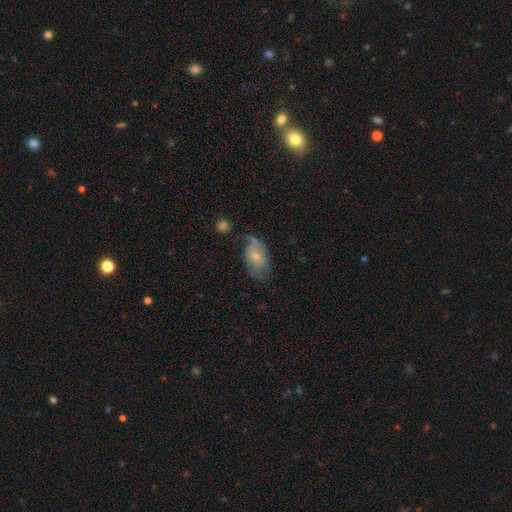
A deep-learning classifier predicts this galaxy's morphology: The model was most divided on "merging": none: 39%, minor disturbance: 31%, major disturbance: 22%, merger: 7%. More confident: how rounded — in between (89%); smooth or featured — smooth (56%).